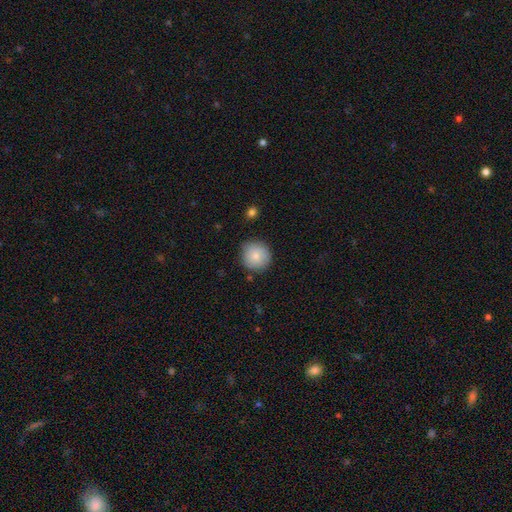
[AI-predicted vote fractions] smooth-or-featured: smooth: 82% | featured or disk: 11% | star or artifact: 8%
  how-rounded: round: 94% | in between: 5% | cigar-shaped: 1%
  merging: none: 85% | minor disturbance: 11% | major disturbance: 2% | merger: 2%